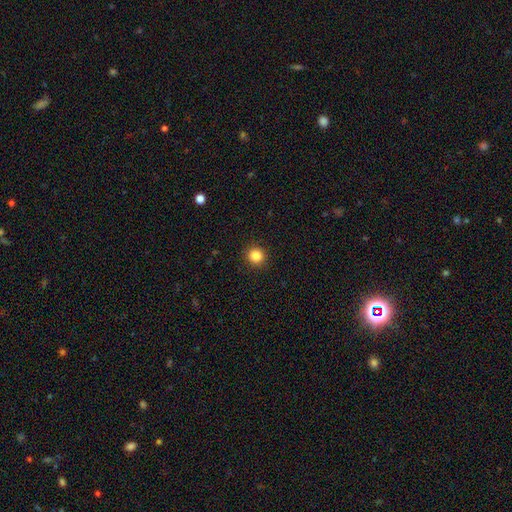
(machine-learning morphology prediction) smooth_or_featured: smooth (p=0.85) [alt: star or artifact p=0.11]
how_rounded: round (p=0.93) [alt: in between p=0.06]
merging: none (p=0.92) [alt: minor disturbance p=0.05]